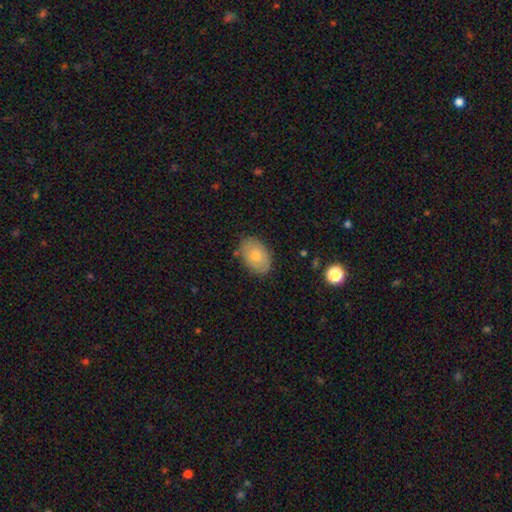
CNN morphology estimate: type=smooth (71%); roundness=in between (85%); merging=none (84%).